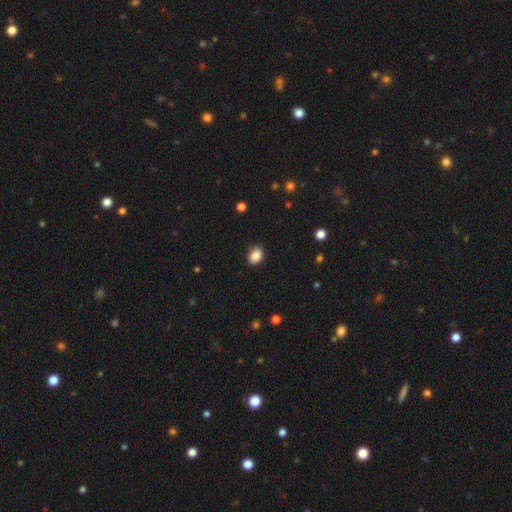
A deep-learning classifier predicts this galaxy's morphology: The model was most divided on "how rounded": in between: 72%, round: 27%, cigar-shaped: 1%. More confident: smooth or featured — smooth (88%); merging — none (87%).